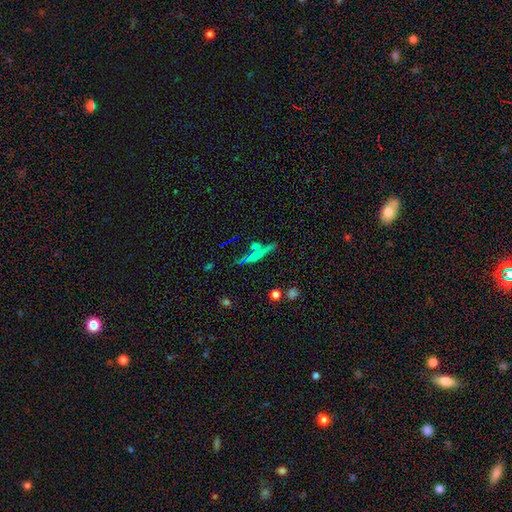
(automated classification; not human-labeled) This is marginally a smooth galaxy (41%, tied with featured or disk). Merging: likely none (72%).